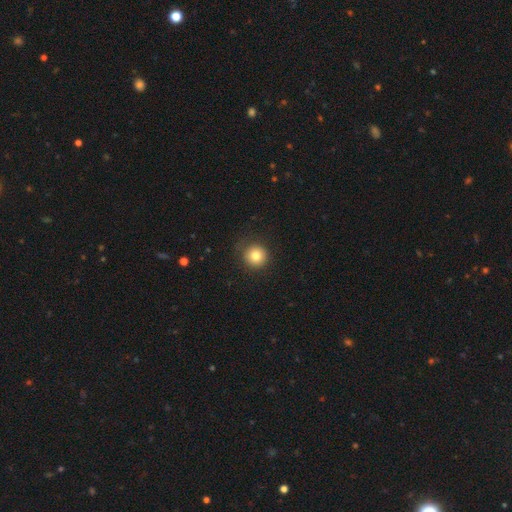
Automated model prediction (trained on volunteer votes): A smooth galaxy with no disk features (81%) that is round (95%).

Vote fractions:
- Smooth or featured? smooth: 81% / star or artifact: 11% / featured or disk: 8%
- How rounded? round: 95% / in between: 4% / cigar-shaped: 1%
- Merging? none: 85% / minor disturbance: 10% / major disturbance: 4% / merger: 1%